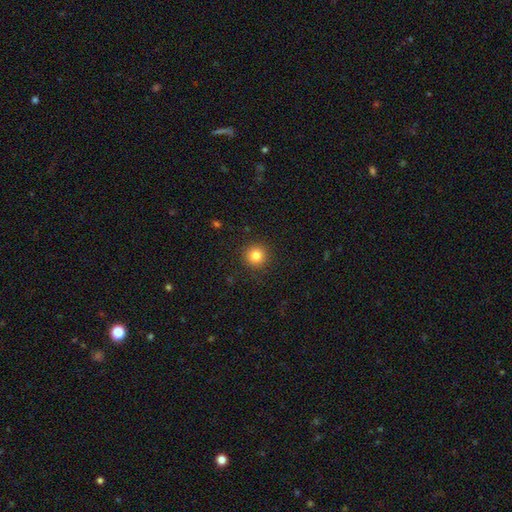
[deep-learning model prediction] Morphology: type=smooth (82%); roundness=round (95%); merging=none (92%).